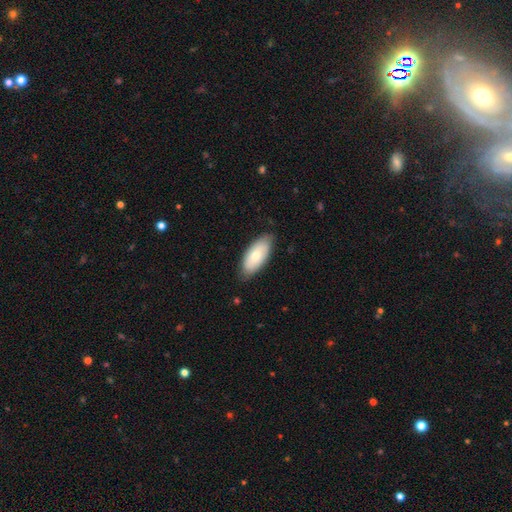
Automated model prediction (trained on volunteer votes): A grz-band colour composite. It shows a smooth galaxy with no disk features (73%) that is in between round and cigar-shaped (90%). Merging: none (79%).